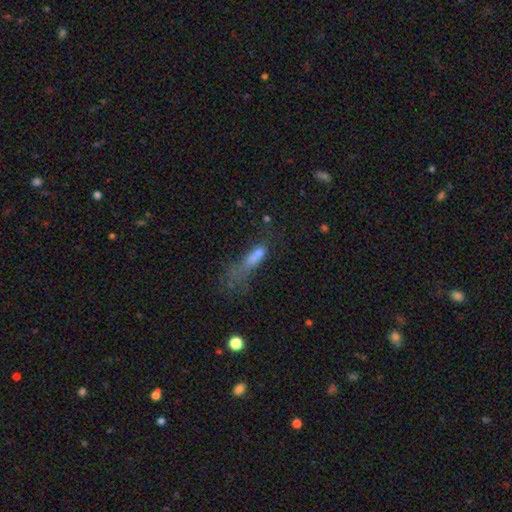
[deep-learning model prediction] smooth-or-featured: smooth: 56% | featured or disk: 25% | star or artifact: 19%
  how-rounded: cigar-shaped: 56% | in between: 38% | round: 6%
  merging: major disturbance: 45% | none: 20% | merger: 19% | minor disturbance: 16%